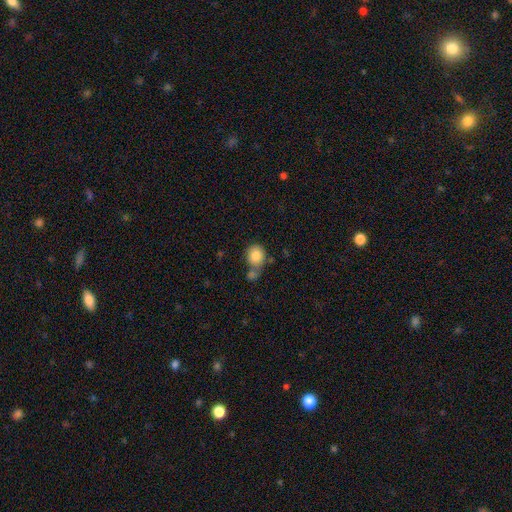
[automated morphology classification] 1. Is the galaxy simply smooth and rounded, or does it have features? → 83% smooth, 9% featured or disk, 8% star or artifact.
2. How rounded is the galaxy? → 73% round, 26% in between, 1% cigar-shaped.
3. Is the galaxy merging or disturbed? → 46% none, 33% merger, 15% minor disturbance, 6% major disturbance.